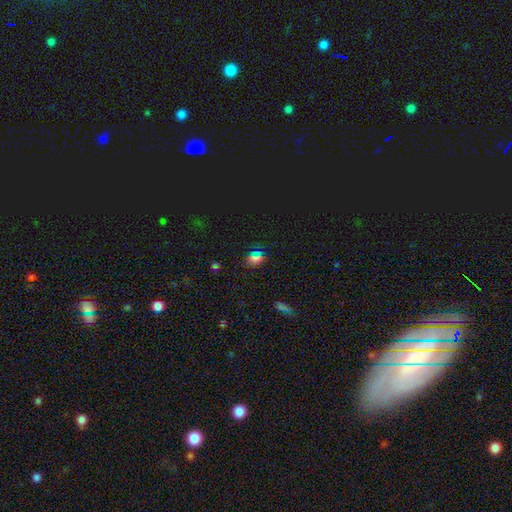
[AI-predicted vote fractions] Smooth or featured? Predicted: star or artifact (p=0.50).